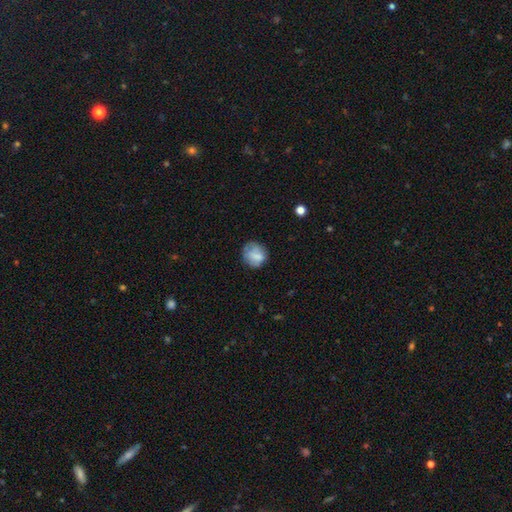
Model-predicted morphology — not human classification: smooth 72%, featured or disk 19%, star or artifact 9%. Down the decision tree: how rounded — round (72%); merging — none (63%).